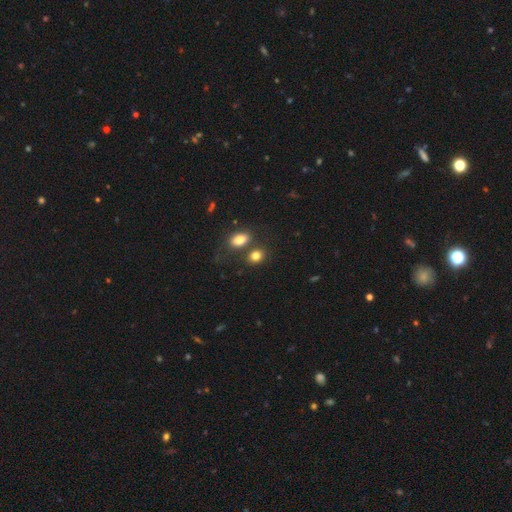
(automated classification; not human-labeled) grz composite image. It shows a smooth galaxy with no disk features (81%) that is in between round and cigar-shaped (59%). Merging: none (60%).